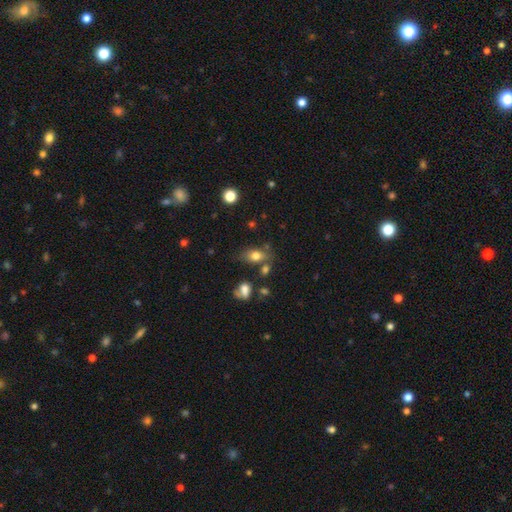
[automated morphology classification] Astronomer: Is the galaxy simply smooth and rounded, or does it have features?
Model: smooth — 76%.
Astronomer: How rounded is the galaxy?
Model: in between — 80%.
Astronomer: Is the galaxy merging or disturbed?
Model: none — 64%.